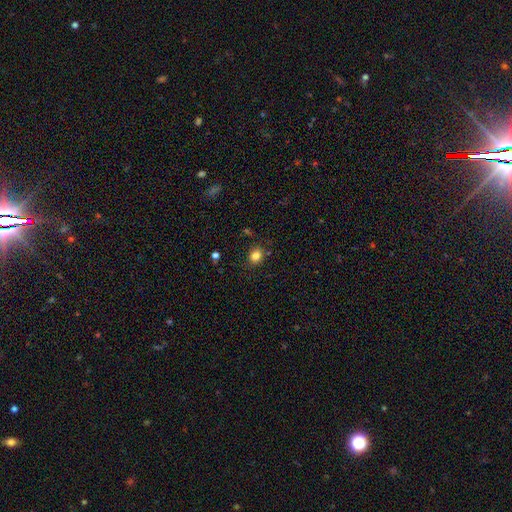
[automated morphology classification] type=smooth (82%); roundness=round (68%); merging=none (82%).